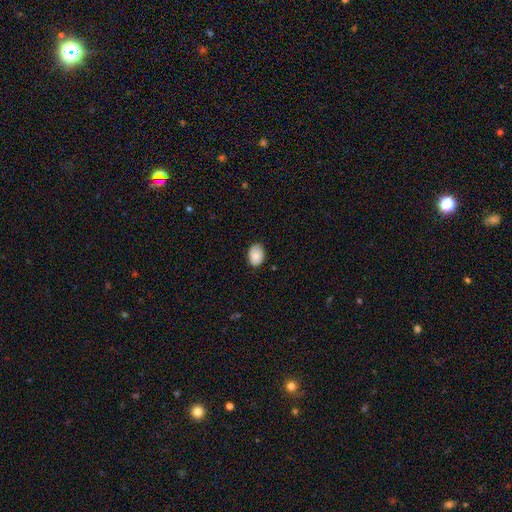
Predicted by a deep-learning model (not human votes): Morphology: type=smooth (84%); roundness=in between (73%); merging=none (80%).